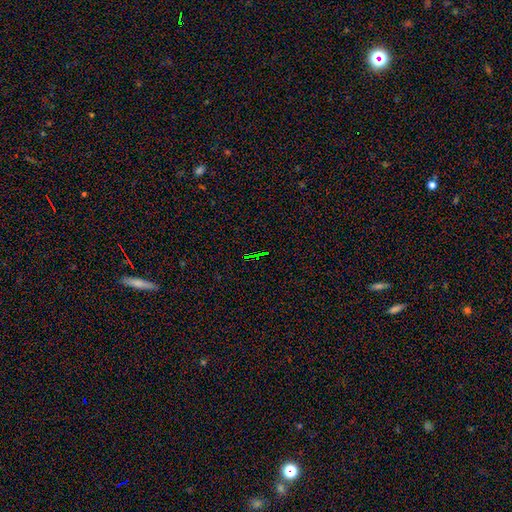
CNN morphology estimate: A star or artifact, not a galaxy (75%).